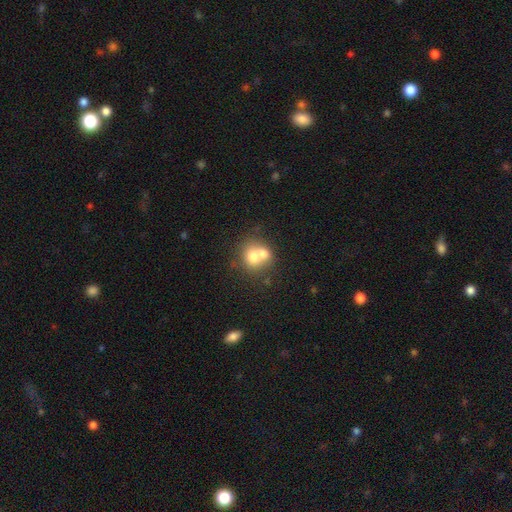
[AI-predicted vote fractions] Overall: smooth (68%). How rounded: round (74%). Merging: merger (62%; none 28%).